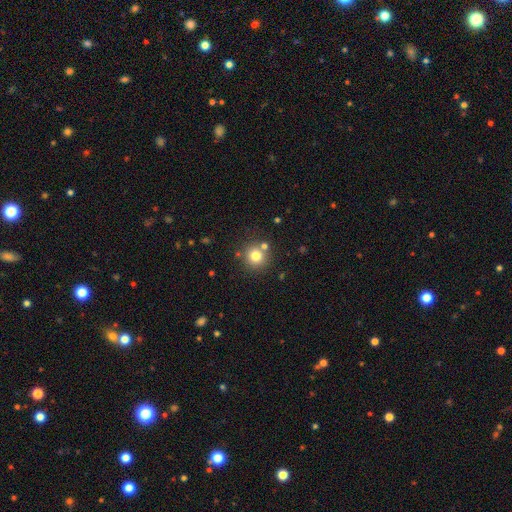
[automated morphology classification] Overall: smooth (77%). How rounded: round (93%). Merging: none (76%).